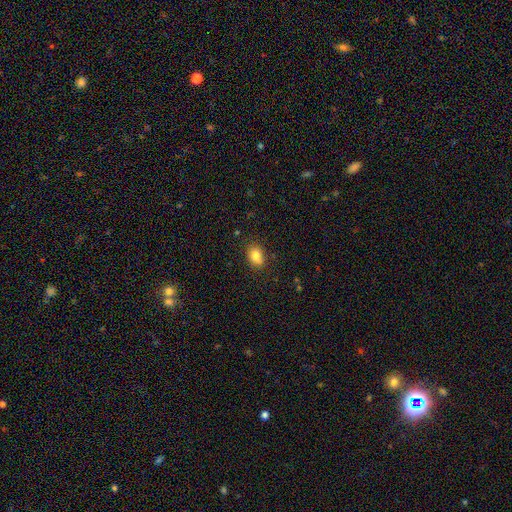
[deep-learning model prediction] This appears to be a smooth galaxy with no disk features (82%) that is in between round and cigar-shaped (68%). Merging: none (79%).